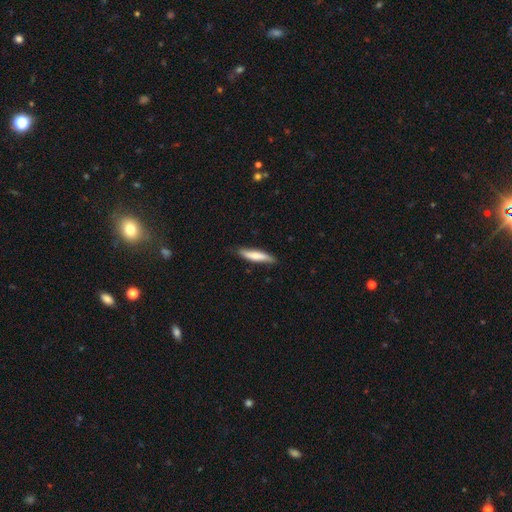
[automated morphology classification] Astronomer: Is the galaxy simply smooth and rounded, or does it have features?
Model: smooth — 69%.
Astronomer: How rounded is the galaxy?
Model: cigar-shaped — 84%.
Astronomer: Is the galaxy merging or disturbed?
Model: none — 79%.